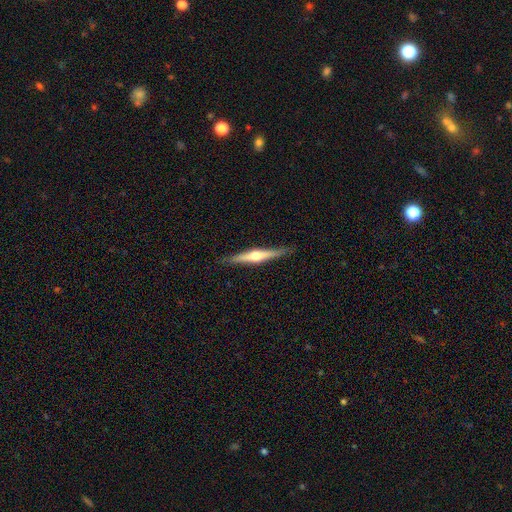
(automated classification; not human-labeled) The model was most divided on "smooth or featured": featured or disk: 72%, smooth: 23%, star or artifact: 5%. More confident: edge-on disk — yes (98%); edge-on bulge — rounded (93%); merging — none (88%).